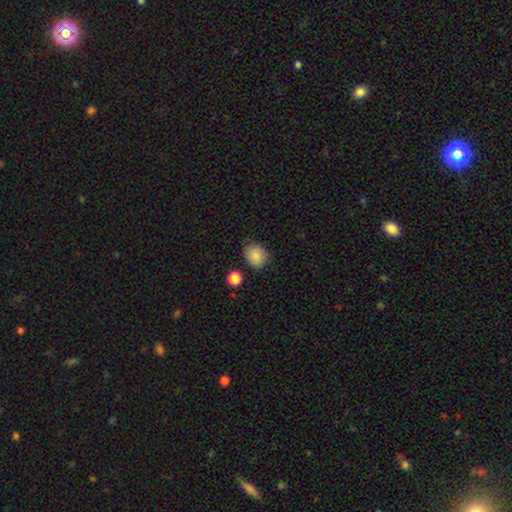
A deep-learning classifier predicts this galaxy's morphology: A smooth galaxy with no disk features (85%) that is round (66%). Merging: none (80%).